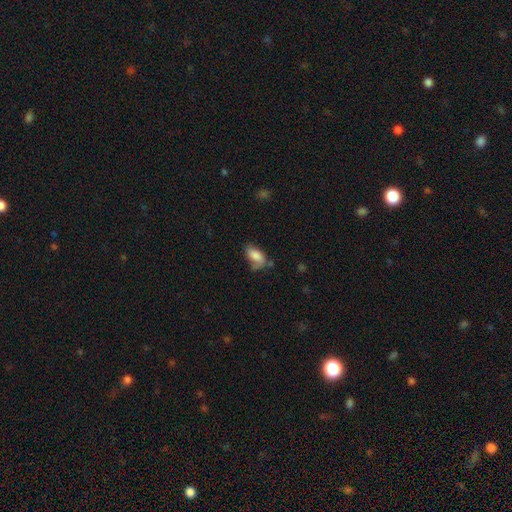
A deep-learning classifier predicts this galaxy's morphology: Smooth or featured: smooth — 77% (featured or disk — 15%)
How rounded: in between — 91% (cigar-shaped — 5%)
Merging: none — 44% (minor disturbance — 33%)